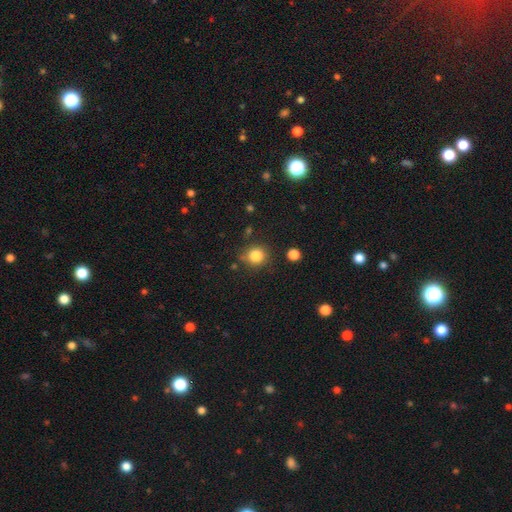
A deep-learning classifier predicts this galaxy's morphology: A smooth galaxy with no disk features (84%) that is round (86%).

Vote fractions:
- Smooth or featured? smooth: 84% / star or artifact: 11% / featured or disk: 5%
- How rounded? round: 86% / in between: 13% / cigar-shaped: 1%
- Merging? none: 80% / minor disturbance: 12% / merger: 4% / major disturbance: 4%